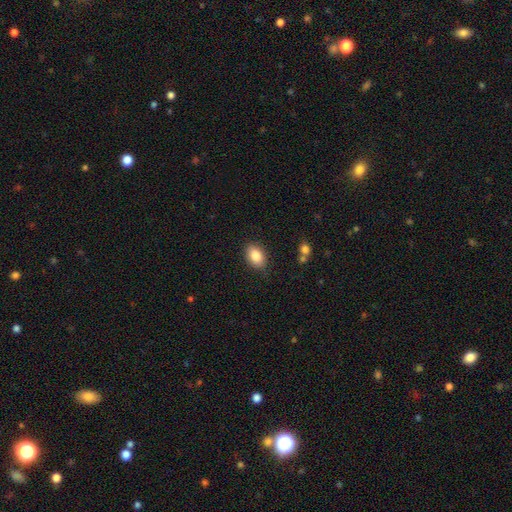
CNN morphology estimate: Smooth or featured?
  - smooth: 86% *
  - star or artifact: 8%
  - featured or disk: 6%
How rounded?
  - in between: 84% *
  - round: 15%
  - cigar-shaped: 1%
Merging?
  - none: 85% *
  - minor disturbance: 11%
  - major disturbance: 3%
  - merger: 2%